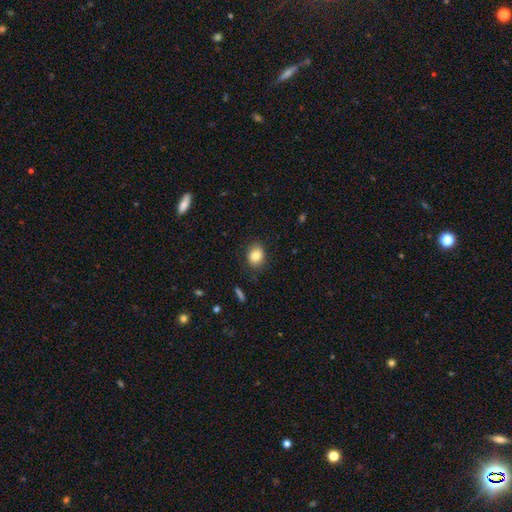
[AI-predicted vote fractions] Smooth or featured? Predicted: smooth (p=0.84). How rounded? Predicted: in between (p=0.53). Merging? Predicted: none (p=0.84).